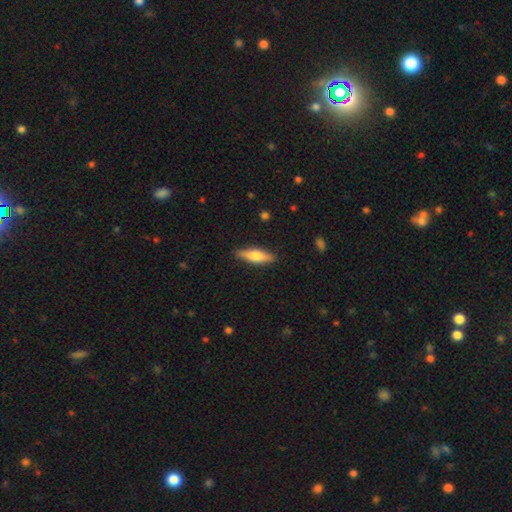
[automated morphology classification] The model was most divided on "how rounded": cigar-shaped: 64%, in between: 34%, round: 2%. More confident: merging — none (89%); smooth or featured — smooth (63%).